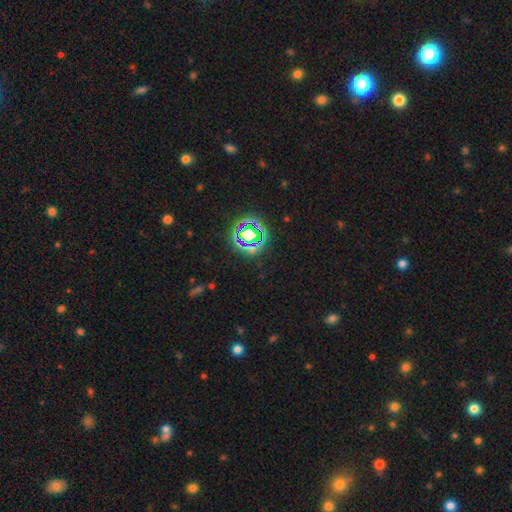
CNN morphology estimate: A star or artifact, not a galaxy (77%).

Vote fractions:
- Smooth or featured? star or artifact: 77% / smooth: 16% / featured or disk: 8%